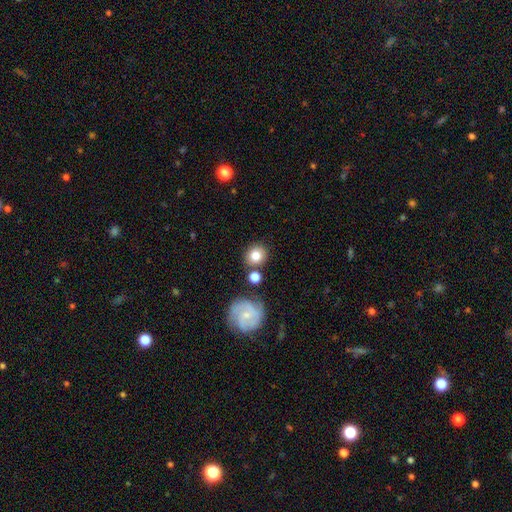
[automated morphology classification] smooth_or_featured: smooth (p=0.77) [alt: featured or disk p=0.14]
how_rounded: round (p=0.85) [alt: in between p=0.14]
merging: none (p=0.77) [alt: minor disturbance p=0.11]